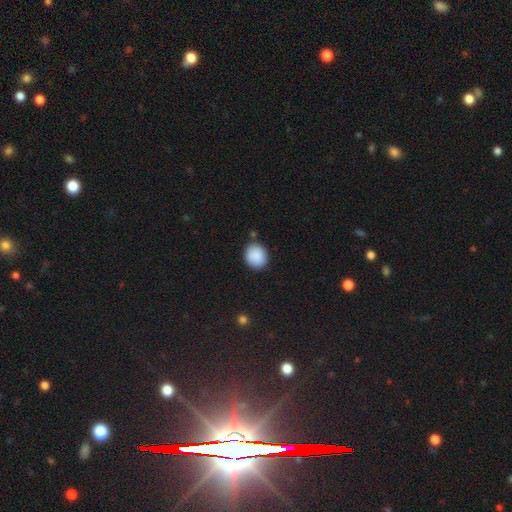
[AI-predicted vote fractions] A smooth galaxy with no disk features (89%) that is round (72%).

Vote fractions:
- Smooth or featured? smooth: 89% / star or artifact: 7% / featured or disk: 3%
- How rounded? round: 72% / in between: 27% / cigar-shaped: 1%
- Merging? none: 84% / minor disturbance: 11% / merger: 3% / major disturbance: 2%